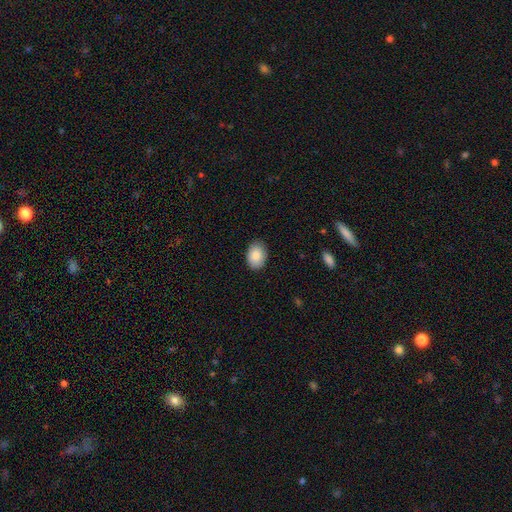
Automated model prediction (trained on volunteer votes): Smooth or featured? smooth (87%)
How rounded? in between (82%)
Merging? none (86%)